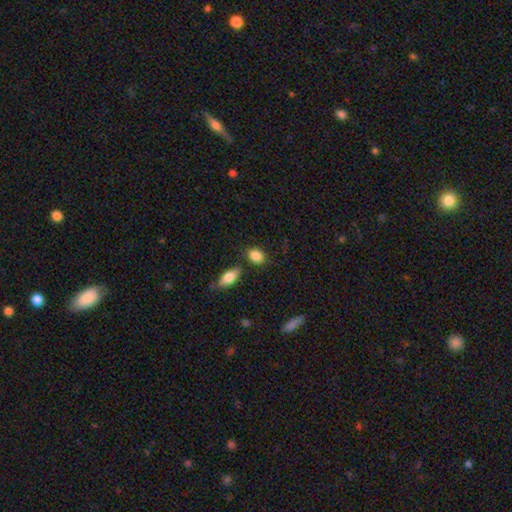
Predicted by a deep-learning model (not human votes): Smooth or featured?
  - smooth: 86% *
  - star or artifact: 8%
  - featured or disk: 6%
How rounded?
  - in between: 53% *
  - round: 44%
  - cigar-shaped: 3%
Merging?
  - none: 74% *
  - minor disturbance: 13%
  - merger: 9%
  - major disturbance: 3%